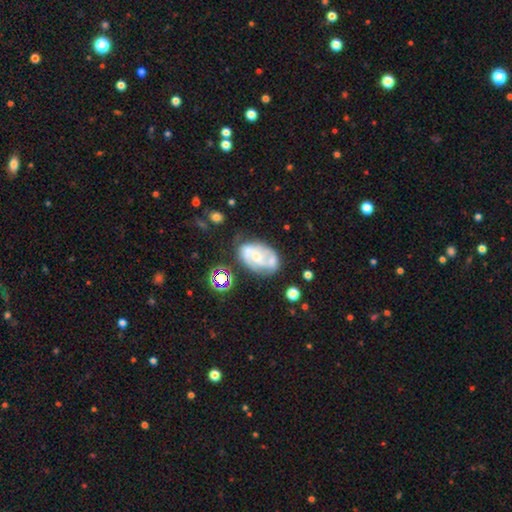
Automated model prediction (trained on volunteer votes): Smooth or featured? Predicted: featured or disk (p=0.68). Edge-on disk? Predicted: no (p=0.97). Bar? Predicted: no (p=0.66). Spiral arms? Predicted: yes (p=0.70). Bulge size? Predicted: small (p=0.43). Merging? Predicted: none (p=0.45).